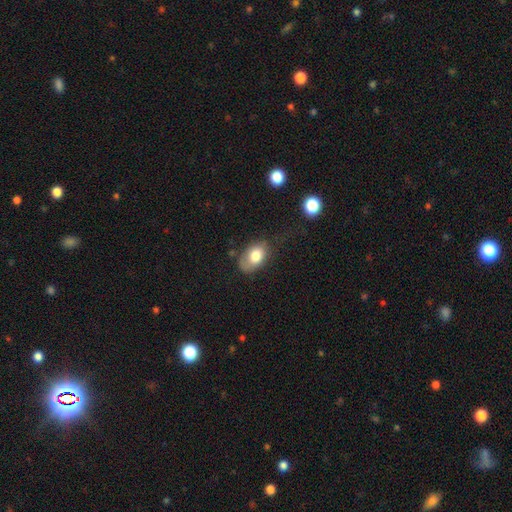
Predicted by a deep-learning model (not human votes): Q: Smooth or featured?
A: smooth (77%); runner-up: featured or disk (15%)
Q: How rounded?
A: in between (85%); runner-up: round (13%)
Q: Merging?
A: none (53%); runner-up: minor disturbance (30%)